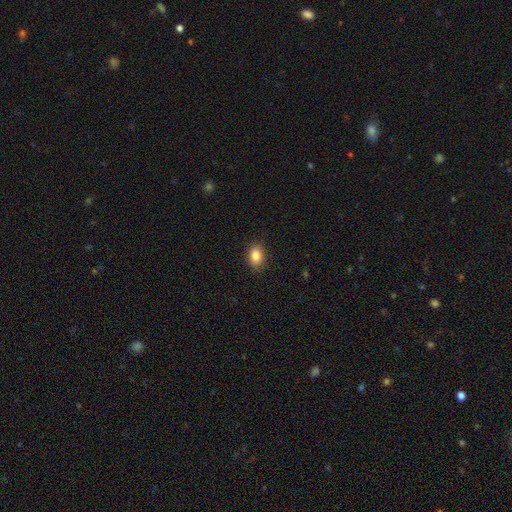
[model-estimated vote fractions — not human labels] Morphology: type=smooth (86%); roundness=in between (77%); merging=none (88%).